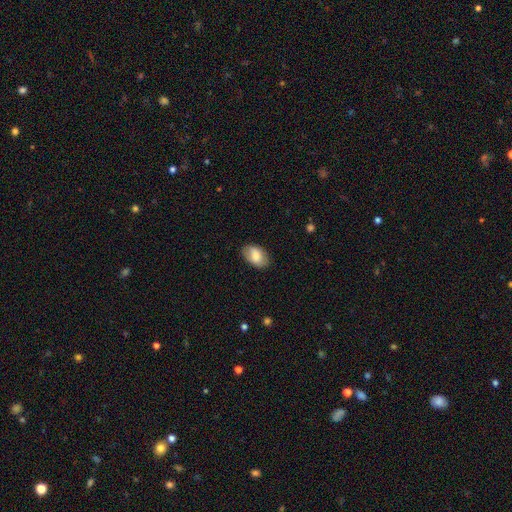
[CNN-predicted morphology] This is likely a smooth galaxy (79%). How rounded: clearly in between (91%). Merging: clearly none (82%).